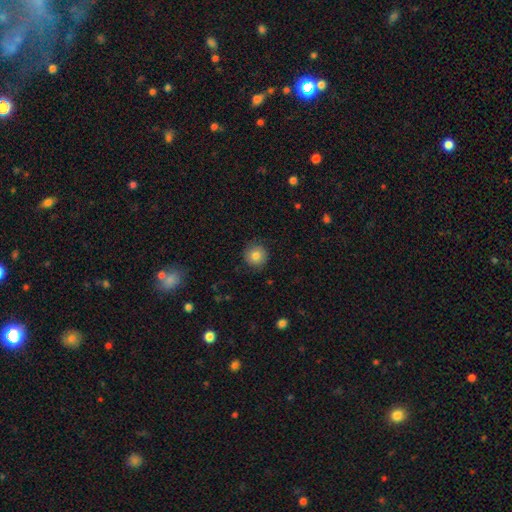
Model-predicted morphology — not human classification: Overall: smooth (79%). How rounded: round (94%). Merging: none (86%).